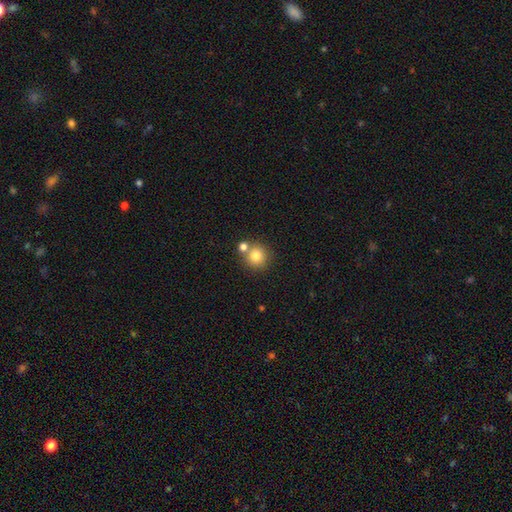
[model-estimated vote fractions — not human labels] Q: Smooth or featured?
A: smooth (81%); runner-up: star or artifact (11%)
Q: How rounded?
A: round (92%); runner-up: in between (7%)
Q: Merging?
A: none (66%); runner-up: merger (23%)